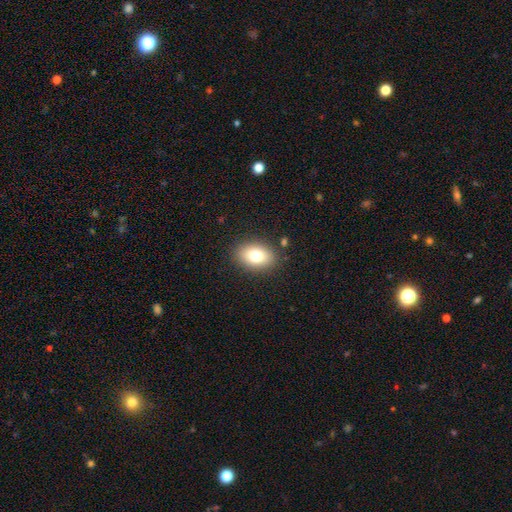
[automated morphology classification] type=smooth (77%); roundness=in between (77%); merging=none (86%).